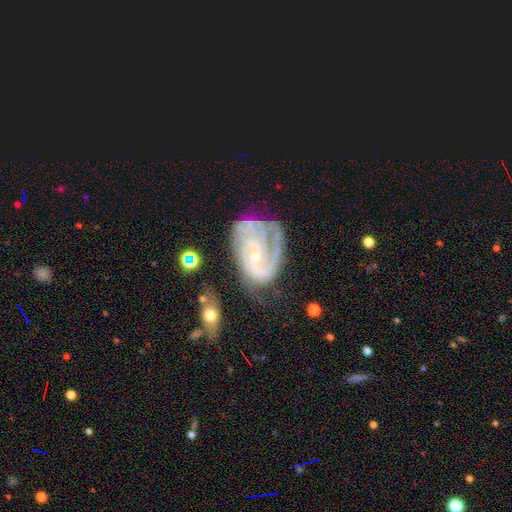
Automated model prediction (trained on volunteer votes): Overall: featured or disk (83%). Edge-on disk: no (97%). Bar: no (66%; weak 26%). Spiral arms: yes (94%). Spiral arm count: can't tell (31%; 2 24%). Spiral winding: tight (62%; medium 30%). Bulge size: small (76%). Merging: none (49%; minor disturbance 25%).